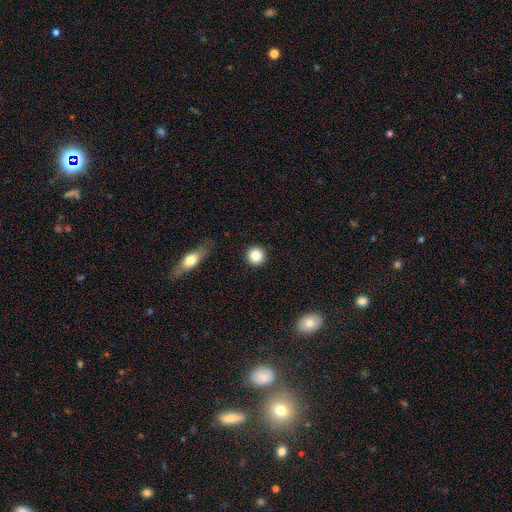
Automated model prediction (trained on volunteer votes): smooth_or_featured: smooth (p=0.84) [alt: star or artifact p=0.09]
how_rounded: round (p=0.95) [alt: in between p=0.04]
merging: none (p=0.91) [alt: minor disturbance p=0.06]